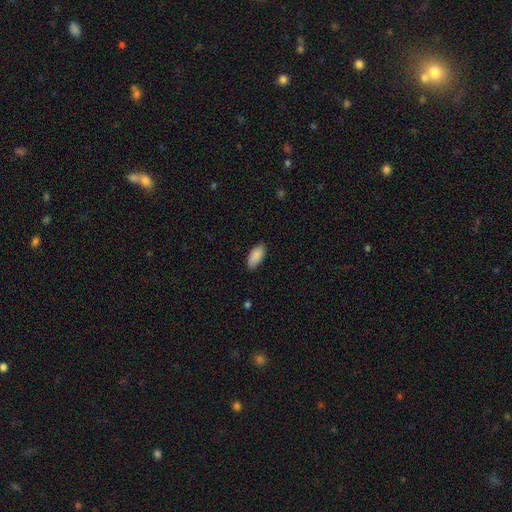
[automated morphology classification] type=smooth (90%); roundness=in between (90%); merging=none (85%).